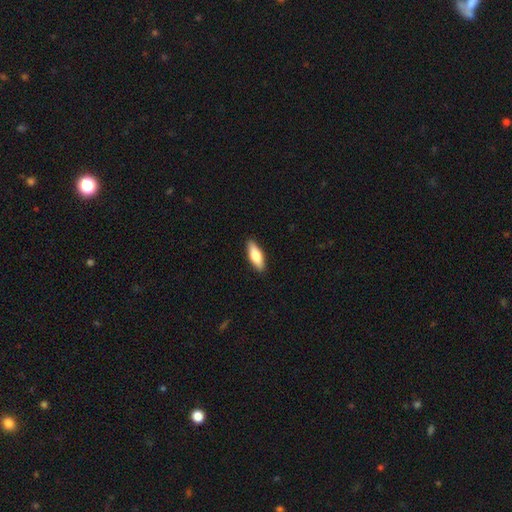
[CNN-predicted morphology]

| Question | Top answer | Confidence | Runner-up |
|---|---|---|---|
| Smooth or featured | smooth | 70% | featured or disk (25%) |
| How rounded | in between | 57% | cigar-shaped (40%) |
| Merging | none | 90% | minor disturbance (7%) |